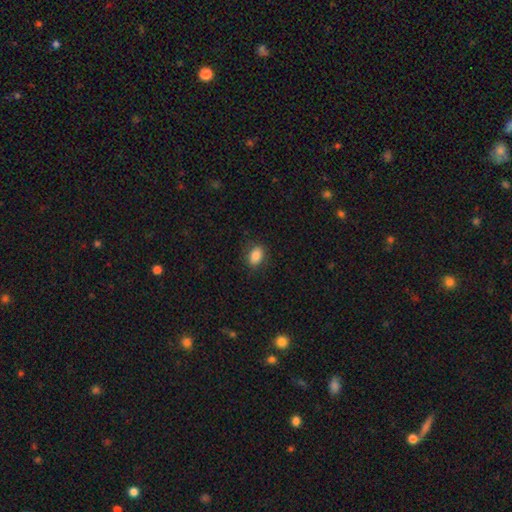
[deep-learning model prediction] smooth-or-featured: smooth: 86% | star or artifact: 9% | featured or disk: 6%
  how-rounded: in between: 79% | round: 20% | cigar-shaped: 1%
  merging: none: 85% | minor disturbance: 11% | major disturbance: 3% | merger: 1%